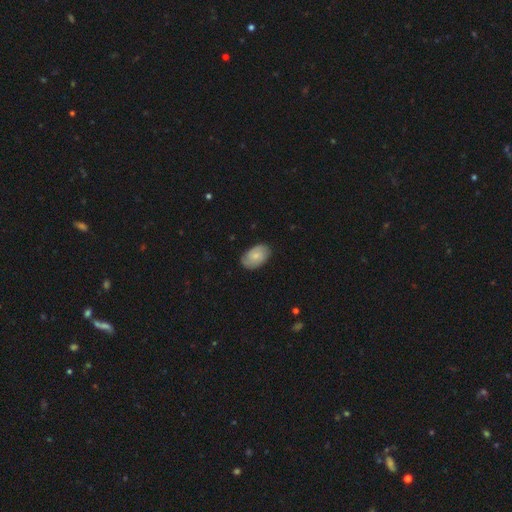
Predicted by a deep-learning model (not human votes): Smooth or featured? Predicted: smooth (p=0.61). How rounded? Predicted: in between (p=0.90). Merging? Predicted: none (p=0.80).